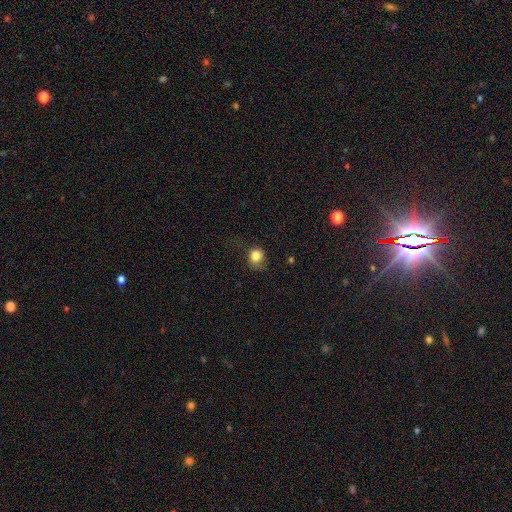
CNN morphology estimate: Smooth or featured? Predicted: smooth (p=0.82). How rounded? Predicted: round (p=0.75). Merging? Predicted: none (p=0.56).